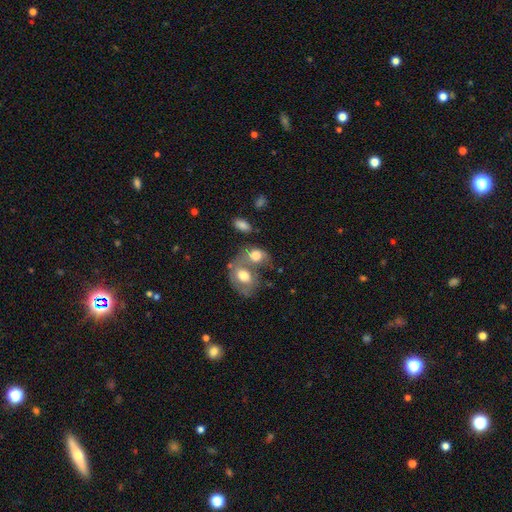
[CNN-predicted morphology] smooth_or_featured: smooth (p=0.64) [alt: featured or disk p=0.28]
how_rounded: in between (p=0.67) [alt: round p=0.31]
merging: merger (p=0.60) [alt: none p=0.21]